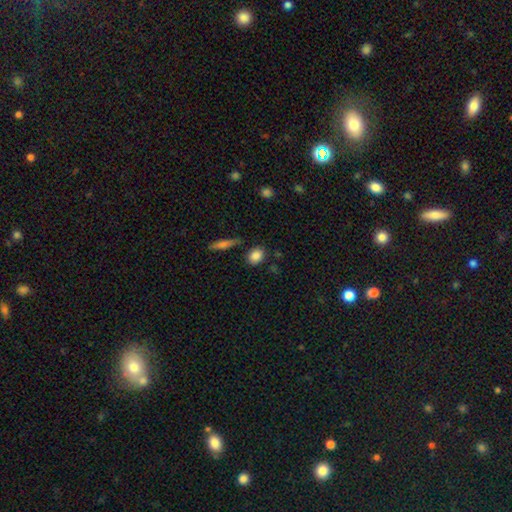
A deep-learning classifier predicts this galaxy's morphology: Smooth or featured?
  - smooth: 85% *
  - star or artifact: 9%
  - featured or disk: 6%
How rounded?
  - round: 54% *
  - in between: 43%
  - cigar-shaped: 3%
Merging?
  - none: 81% *
  - minor disturbance: 12%
  - merger: 4%
  - major disturbance: 3%